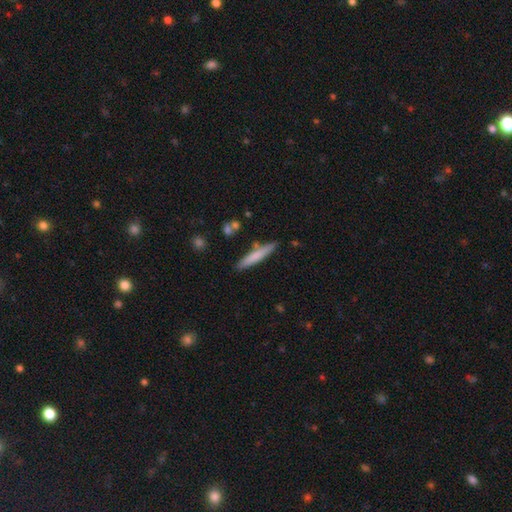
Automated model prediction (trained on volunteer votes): A smooth galaxy with no disk features (70%) that is cigar-shaped (92%). Merging: none (83%).